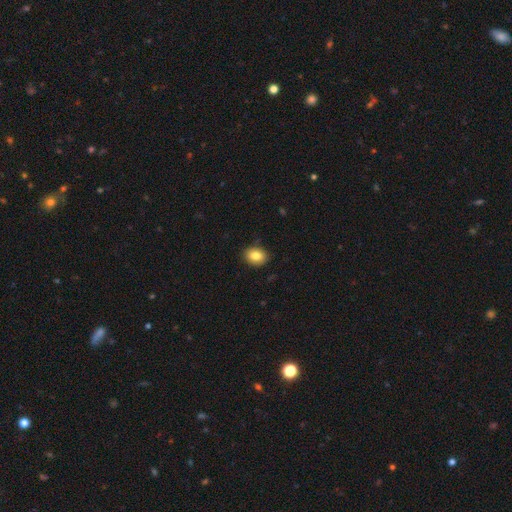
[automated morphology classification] Smooth or featured?
  - smooth: 83% *
  - star or artifact: 9%
  - featured or disk: 8%
How rounded?
  - in between: 58% *
  - round: 41%
  - cigar-shaped: 1%
Merging?
  - none: 89% *
  - minor disturbance: 8%
  - major disturbance: 2%
  - merger: 1%